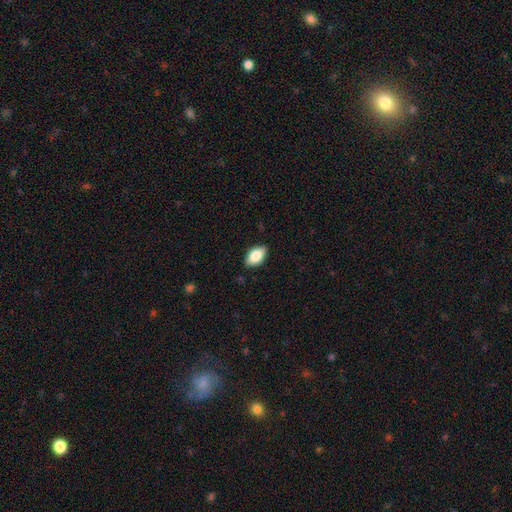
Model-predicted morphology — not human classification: Q: Smooth or featured?
A: smooth (81%); runner-up: featured or disk (12%)
Q: How rounded?
A: in between (90%); runner-up: round (7%)
Q: Merging?
A: none (85%); runner-up: minor disturbance (12%)